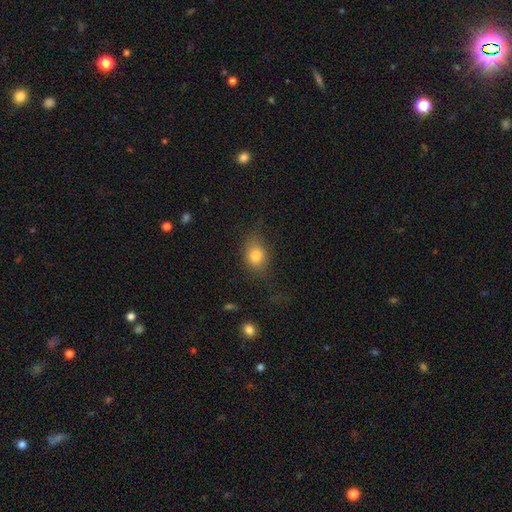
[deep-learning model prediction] This is likely a smooth galaxy (79%). How rounded: possibly in between (52%). Merging: likely none (64%).